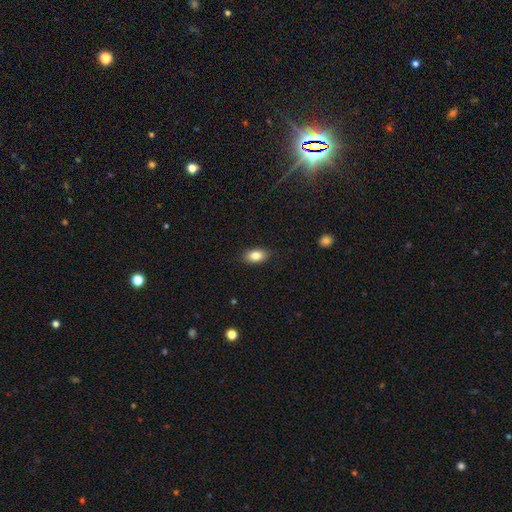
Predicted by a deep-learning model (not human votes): smooth 84%, featured or disk 8%, star or artifact 8%. Down the decision tree: how rounded — in between (89%); merging — none (87%).